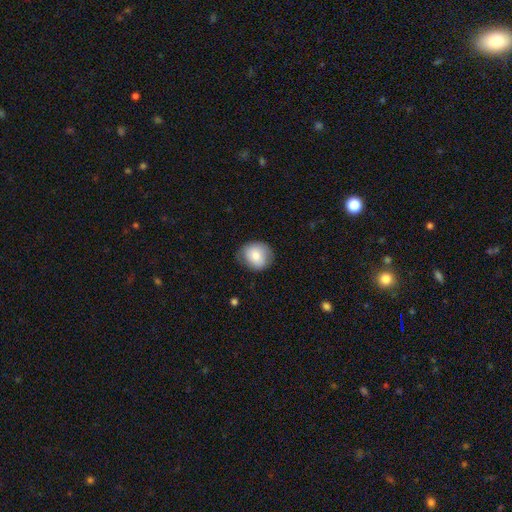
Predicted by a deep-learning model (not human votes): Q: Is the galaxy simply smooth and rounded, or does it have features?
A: smooth — 79%.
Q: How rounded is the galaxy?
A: round — 74%.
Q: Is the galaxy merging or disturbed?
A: none — 73%.